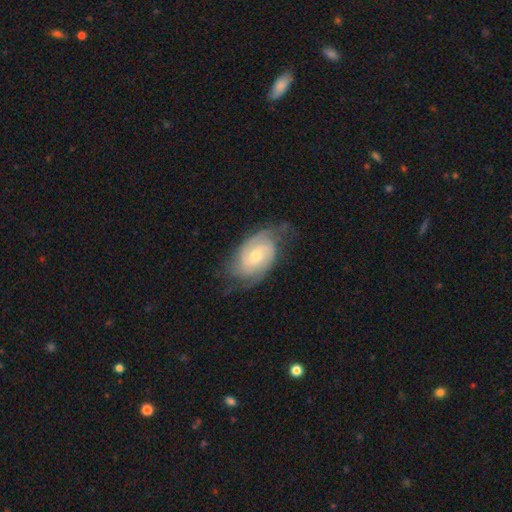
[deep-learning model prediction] featured or disk 81%, smooth 13%, star or artifact 5%. Down the decision tree: edge-on disk — no (96%); bar — no (59%); spiral arms — yes (95%); spiral arm count — 2 (54%); spiral winding — tight (55%); bulge size — moderate (54%); merging — none (66%).